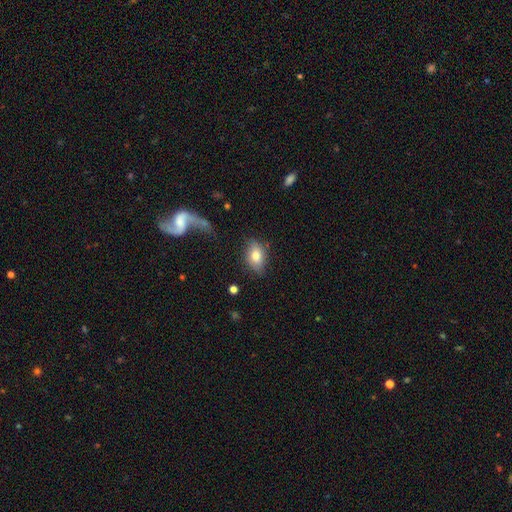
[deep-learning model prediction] A smooth galaxy with no disk features (77%) that is in between round and cigar-shaped (83%). Merging: none (77%).